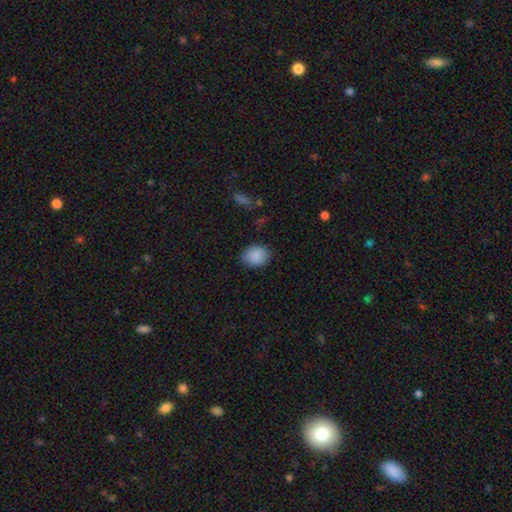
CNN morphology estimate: Smooth or featured? smooth (88%)
How rounded? in between (54%)
Merging? none (83%)